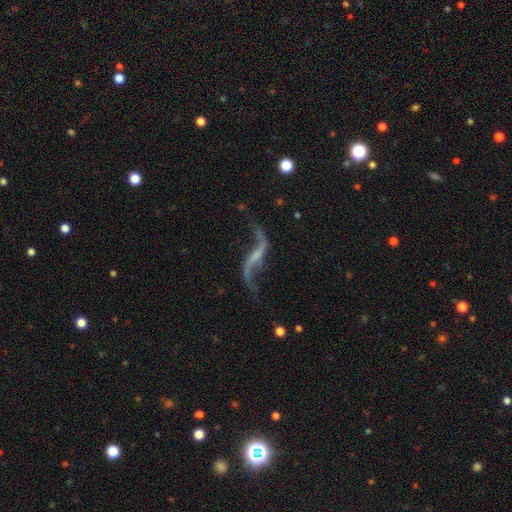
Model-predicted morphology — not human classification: featured or disk 88%, star or artifact 7%, smooth 4%. Down the decision tree: edge-on disk — no (91%); bar — weak (40%); spiral arms — yes (95%); spiral arm count — 2 (94%); spiral winding — loose (95%); bulge size — small (48%); merging — none (71%).